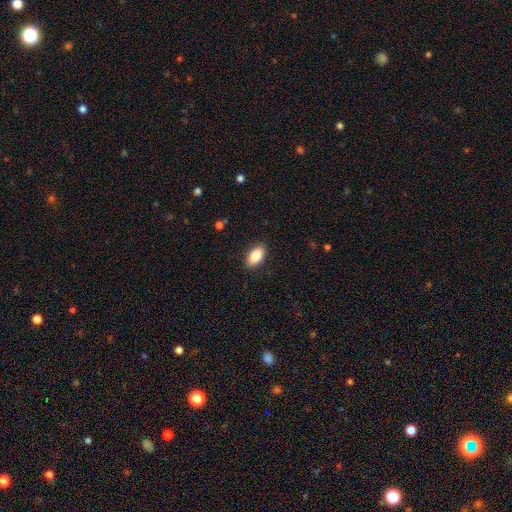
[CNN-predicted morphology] Smooth or featured? Predicted: smooth (p=0.87). How rounded? Predicted: in between (p=0.94). Merging? Predicted: none (p=0.88).